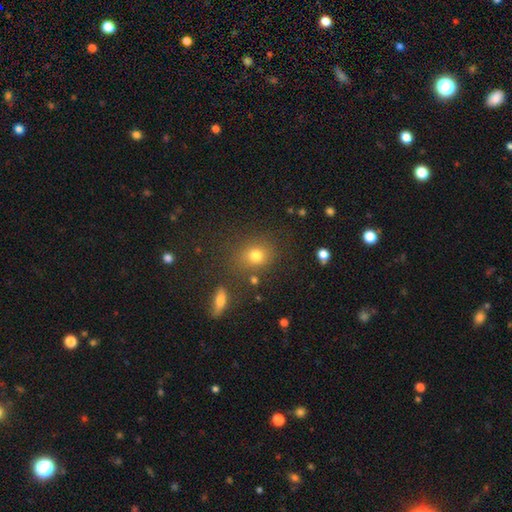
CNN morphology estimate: A smooth galaxy with no disk features (74%) that is round (68%). Merging: none (78%).